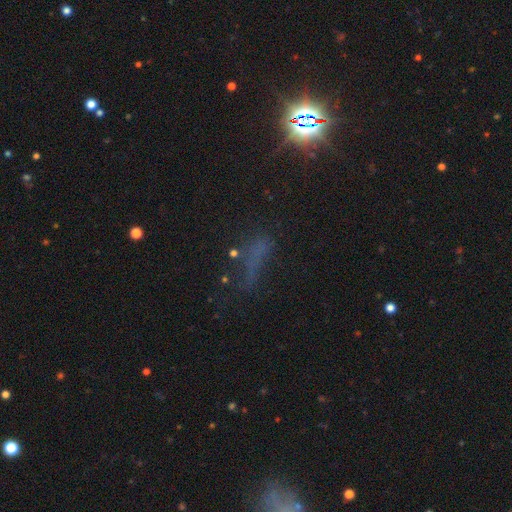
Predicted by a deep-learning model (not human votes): A star or artifact, not a galaxy (47%).